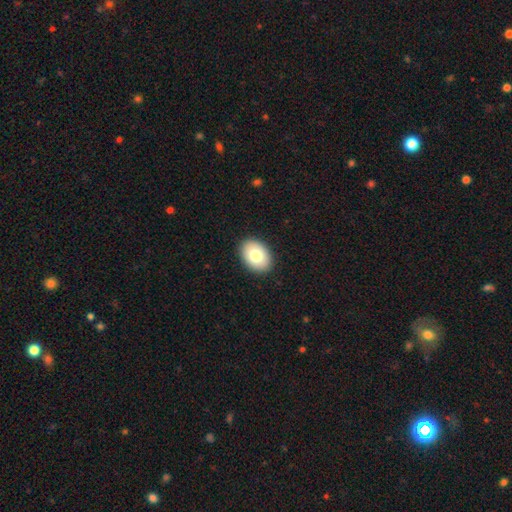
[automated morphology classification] Q: Smooth or featured?
A: smooth (79%); runner-up: featured or disk (14%)
Q: How rounded?
A: in between (76%); runner-up: round (23%)
Q: Merging?
A: none (91%); runner-up: minor disturbance (7%)